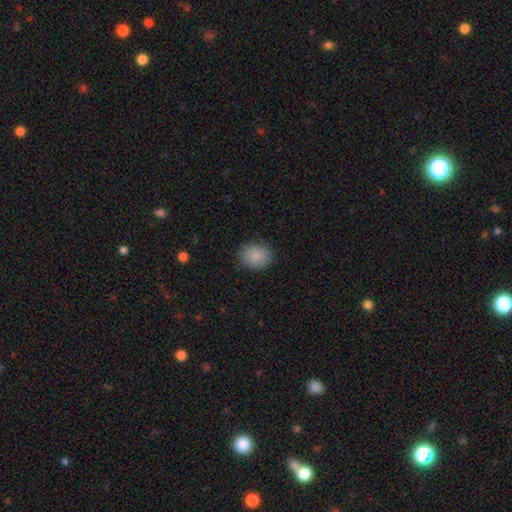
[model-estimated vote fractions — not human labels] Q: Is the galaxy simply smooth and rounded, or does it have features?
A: smooth — 87%.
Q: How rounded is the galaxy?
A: round — 55%.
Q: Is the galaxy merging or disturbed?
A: none — 85%.